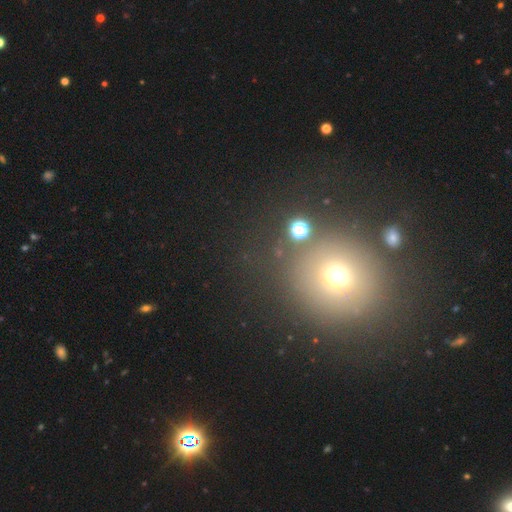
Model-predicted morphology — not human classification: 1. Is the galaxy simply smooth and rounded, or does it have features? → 58% smooth, 31% star or artifact, 11% featured or disk.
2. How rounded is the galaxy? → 89% round, 10% in between, 1% cigar-shaped.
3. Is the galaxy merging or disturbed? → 78% none, 9% minor disturbance, 7% major disturbance, 6% merger.